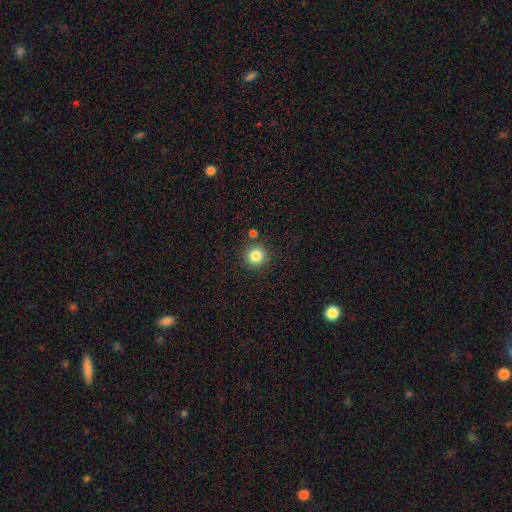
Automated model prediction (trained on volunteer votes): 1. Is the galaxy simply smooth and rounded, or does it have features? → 84% smooth, 11% star or artifact, 5% featured or disk.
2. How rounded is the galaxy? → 94% round, 5% in between, 1% cigar-shaped.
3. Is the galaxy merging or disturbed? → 84% none, 8% minor disturbance, 6% merger, 3% major disturbance.